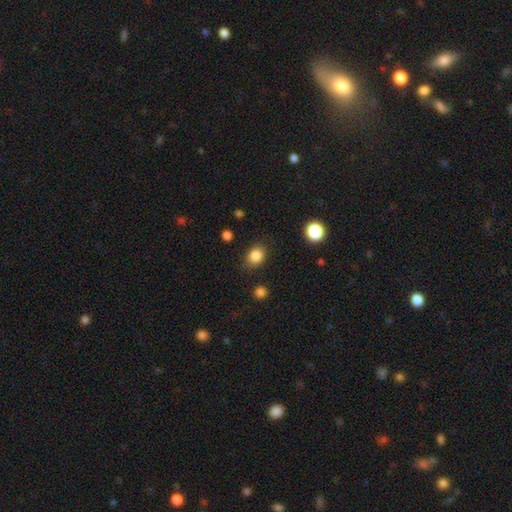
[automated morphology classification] Q: Smooth or featured?
A: smooth (85%); runner-up: star or artifact (10%)
Q: How rounded?
A: round (54%); runner-up: in between (45%)
Q: Merging?
A: none (82%); runner-up: minor disturbance (13%)